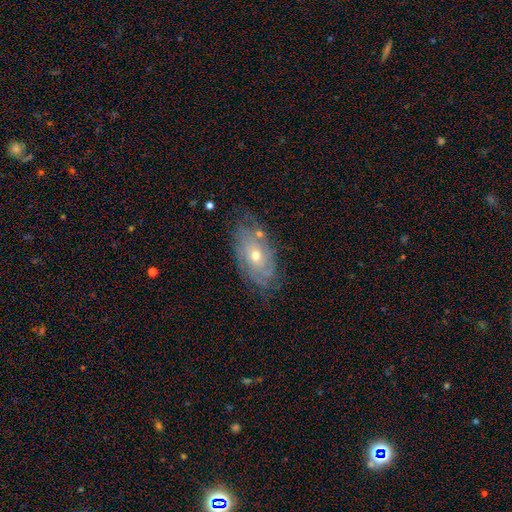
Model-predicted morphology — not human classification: Overall: featured or disk (70%). Edge-on disk: no (92%). Bar: no (82%). Spiral arms: yes (78%). Spiral arm count: can't tell (59%). Spiral winding: tight (70%). Bulge size: moderate (54%; small 42%). Merging: none (69%).